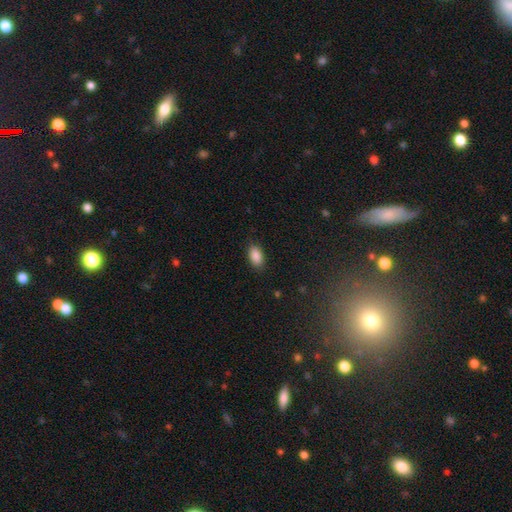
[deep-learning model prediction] The model was most divided on "merging": none: 85%, minor disturbance: 11%, major disturbance: 3%, merger: 1%. More confident: how rounded — in between (92%); smooth or featured — smooth (88%).